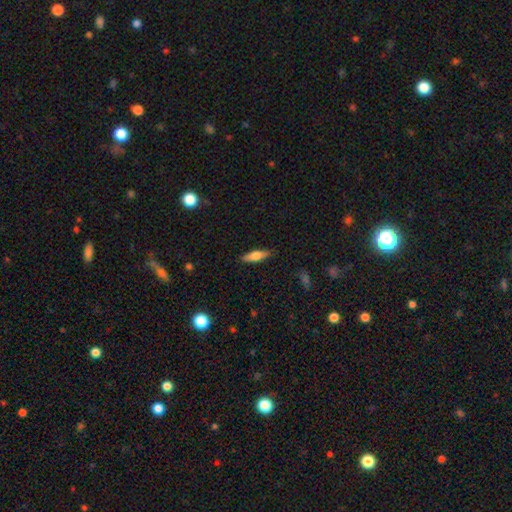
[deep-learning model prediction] This is likely a smooth galaxy (68%). How rounded: possibly cigar-shaped (59%). Merging: clearly none (87%).